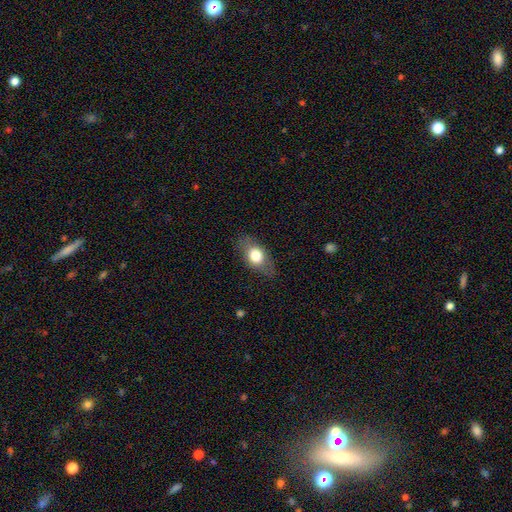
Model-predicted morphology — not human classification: A smooth galaxy with no disk features (71%) that is in between round and cigar-shaped (78%).

Vote fractions:
- Smooth or featured? smooth: 71% / featured or disk: 22% / star or artifact: 8%
- How rounded? in between: 78% / round: 18% / cigar-shaped: 4%
- Merging? none: 79% / minor disturbance: 15% / major disturbance: 5% / merger: 1%